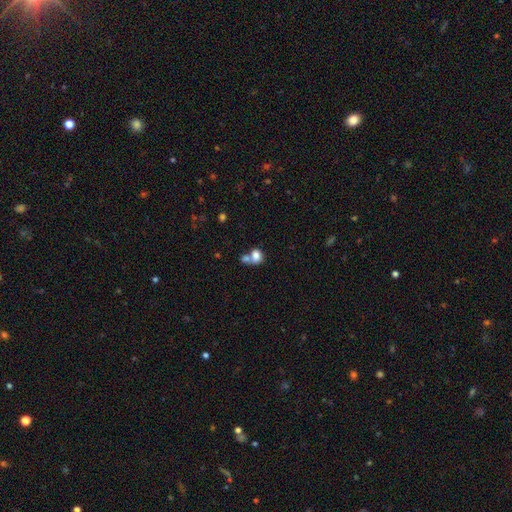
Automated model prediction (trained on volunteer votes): The model was most divided on "how rounded": in between: 55%, round: 44%, cigar-shaped: 1%. More confident: smooth or featured — smooth (79%); merging — merger (55%).